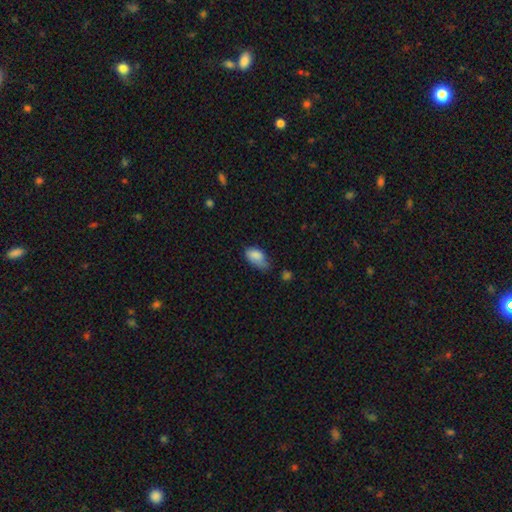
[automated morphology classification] A smooth galaxy with no disk features (82%) that is in between round and cigar-shaped (92%). Merging: minor disturbance (44%).